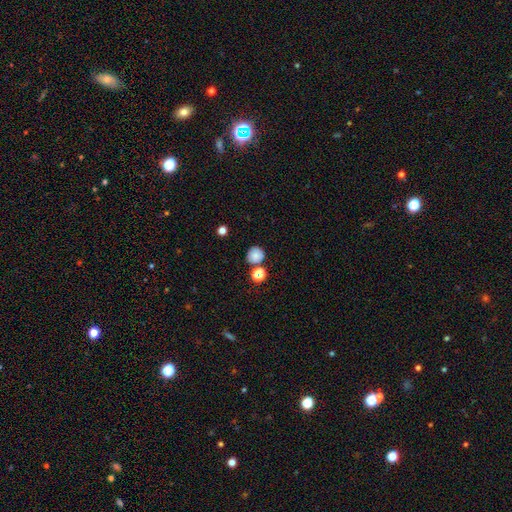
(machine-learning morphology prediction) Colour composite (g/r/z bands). It shows a smooth galaxy with no disk features (79%) that is round (90%). Merging: none (73%).